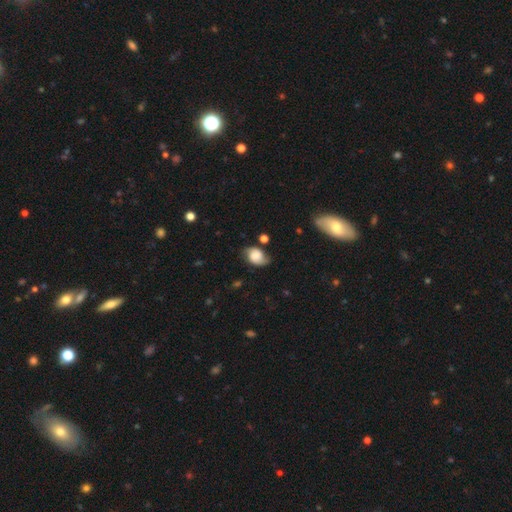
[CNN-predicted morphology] Q: Smooth or featured?
A: smooth (51%); runner-up: featured or disk (39%)
Q: How rounded?
A: in between (73%); runner-up: round (25%)
Q: Merging?
A: none (58%); runner-up: minor disturbance (29%)